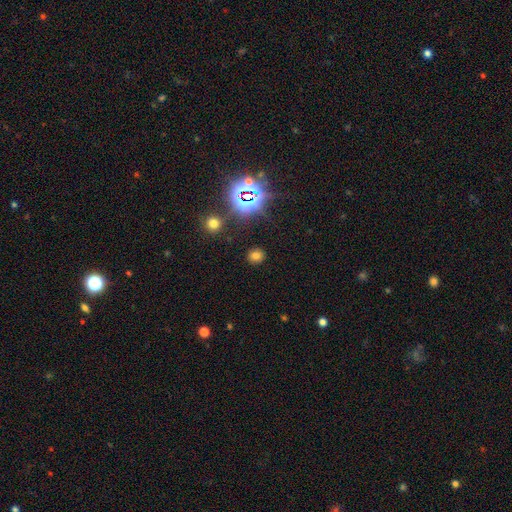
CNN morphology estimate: A smooth galaxy with no disk features (65%) that is round (78%).

Vote fractions:
- Smooth or featured? smooth: 65% / star or artifact: 28% / featured or disk: 7%
- How rounded? round: 78% / in between: 20% / cigar-shaped: 1%
- Merging? none: 87% / minor disturbance: 8% / major disturbance: 3% / merger: 2%